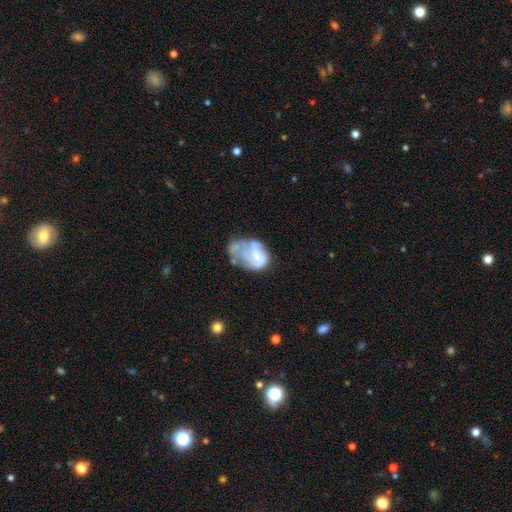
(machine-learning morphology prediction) The model was most divided on "merging": major disturbance: 33%, minor disturbance: 26%, none: 25%, merger: 16%. More confident: edge-on disk — no (98%); bar — no (81%); spiral arms — no (74%); smooth or featured — featured or disk (54%); bulge size — none (50%).